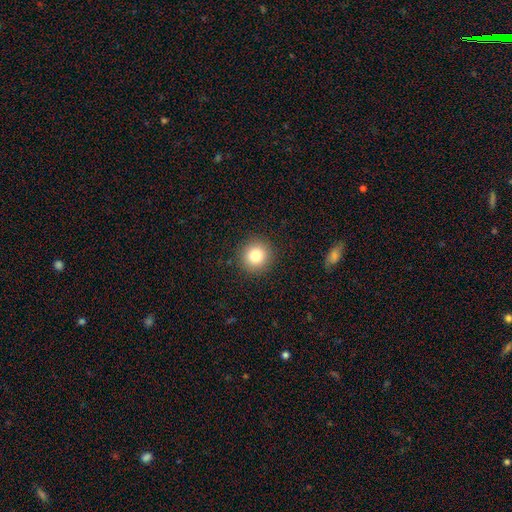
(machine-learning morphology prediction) A smooth galaxy with no disk features (81%) that is round (94%). Merging: none (91%).